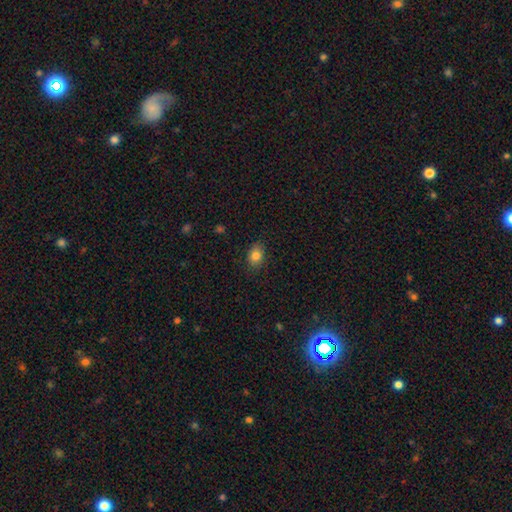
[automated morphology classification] smooth_or_featured: smooth (p=0.83) [alt: star or artifact p=0.10]
how_rounded: in between (p=0.68) [alt: round p=0.31]
merging: none (p=0.85) [alt: minor disturbance p=0.12]